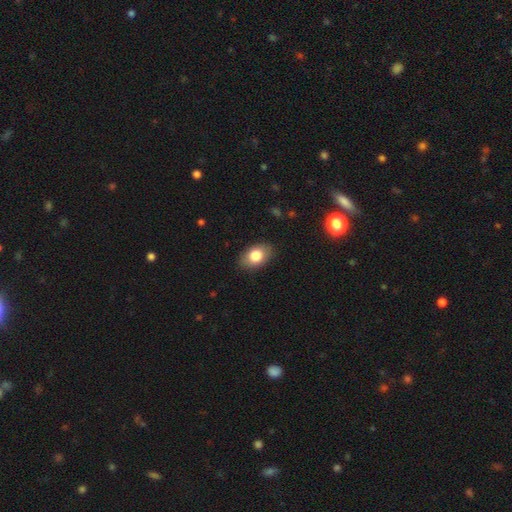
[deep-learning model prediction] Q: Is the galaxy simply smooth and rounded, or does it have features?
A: smooth — 81%.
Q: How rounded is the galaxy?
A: in between — 86%.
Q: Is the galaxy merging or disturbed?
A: none — 86%.